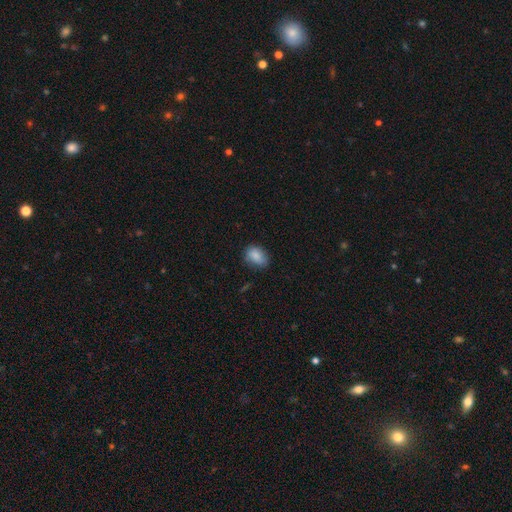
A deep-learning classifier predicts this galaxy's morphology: Smooth or featured? smooth (85%)
How rounded? in between (72%)
Merging? none (70%)